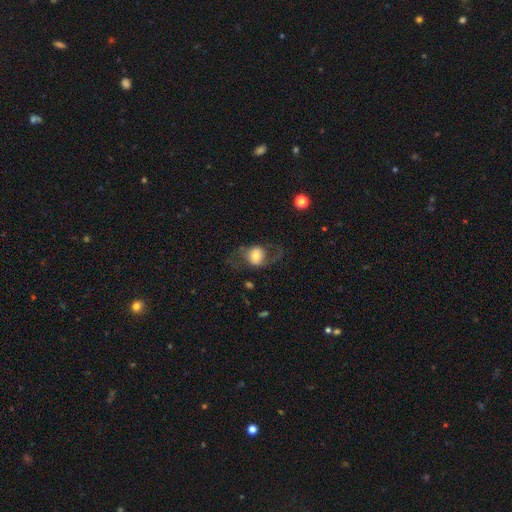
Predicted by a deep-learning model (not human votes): smooth_or_featured: smooth (p=0.49) [alt: featured or disk p=0.43]
merging: none (p=0.55) [alt: major disturbance p=0.24]